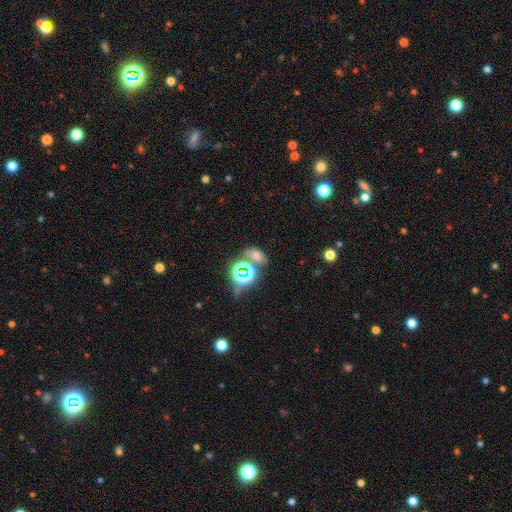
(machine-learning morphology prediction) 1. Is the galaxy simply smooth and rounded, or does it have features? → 53% smooth, 35% star or artifact, 12% featured or disk.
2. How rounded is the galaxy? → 79% in between, 18% round, 3% cigar-shaped.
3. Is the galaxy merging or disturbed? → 60% none, 19% merger, 14% minor disturbance, 7% major disturbance.